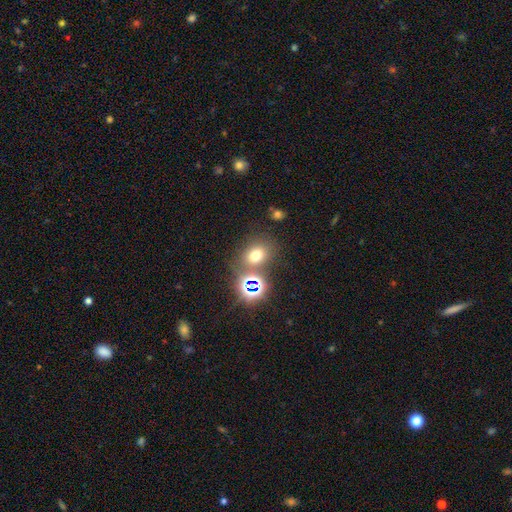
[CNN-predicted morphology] Smooth or featured? Predicted: smooth (p=0.62). How rounded? Predicted: round (p=0.51). Merging? Predicted: none (p=0.69).